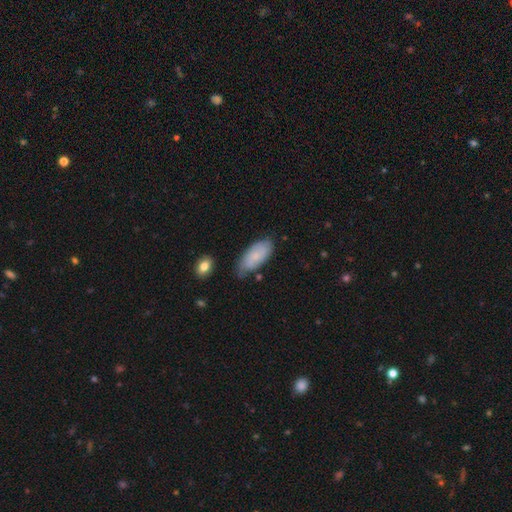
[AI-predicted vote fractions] Q: Smooth or featured?
A: smooth (66%); runner-up: featured or disk (28%)
Q: How rounded?
A: in between (88%); runner-up: cigar-shaped (9%)
Q: Merging?
A: none (61%); runner-up: minor disturbance (30%)